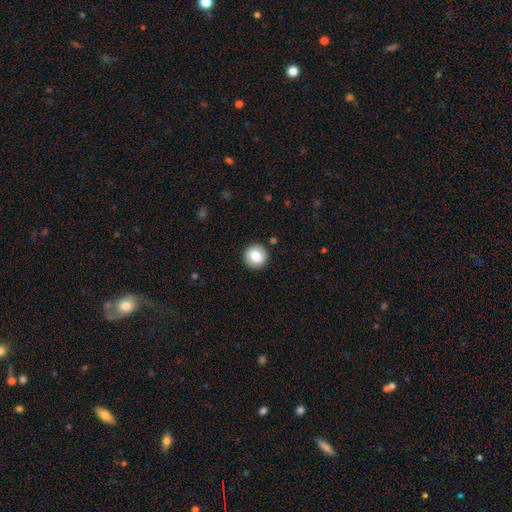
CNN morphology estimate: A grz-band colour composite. It shows a smooth galaxy with no disk features (75%) that is round (93%). Merging: none (90%).